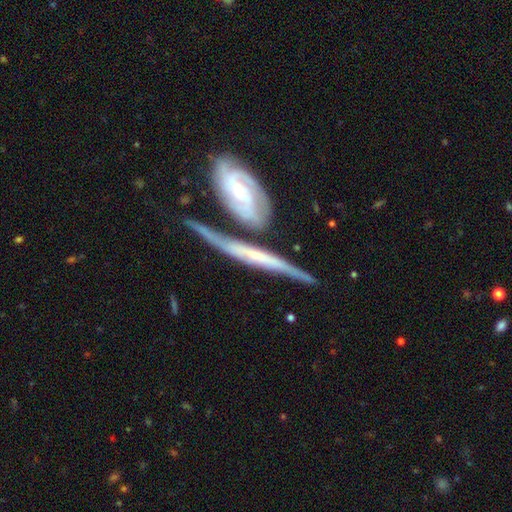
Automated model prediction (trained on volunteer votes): A featured or disk galaxy (77%) viewed edge-on (62%). Merging: none (46%).